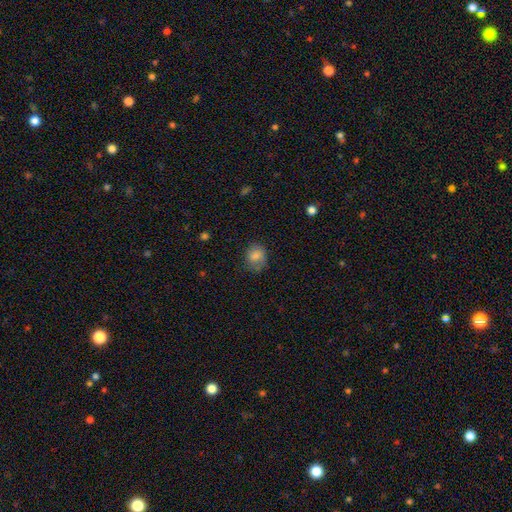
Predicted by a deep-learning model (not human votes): This appears to be a smooth galaxy with no disk features (80%) that is round (61%). Merging: none (64%).